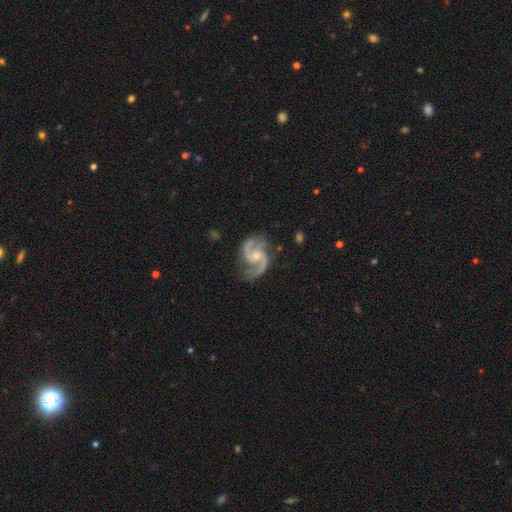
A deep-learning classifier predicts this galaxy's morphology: Smooth or featured: featured or disk — 93% (star or artifact — 4%)
Edge-on disk: no — 98% (yes — 2%)
Bar: no — 56% (weak — 36%)
Spiral arms: yes — 98% (no — 2%)
Spiral winding: medium — 62% (loose — 24%)
Spiral arm count: 2 — 93% (3 — 3%)
Bulge size: small — 57% (moderate — 37%)
Merging: none — 75% (minor disturbance — 17%)